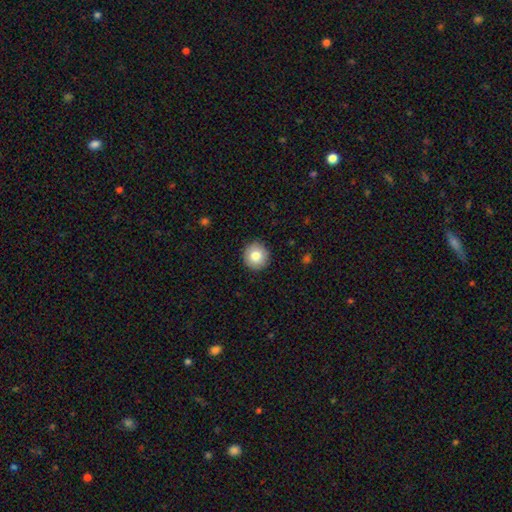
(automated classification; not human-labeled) Smooth or featured? Predicted: smooth (p=0.82). How rounded? Predicted: round (p=0.94). Merging? Predicted: none (p=0.92).